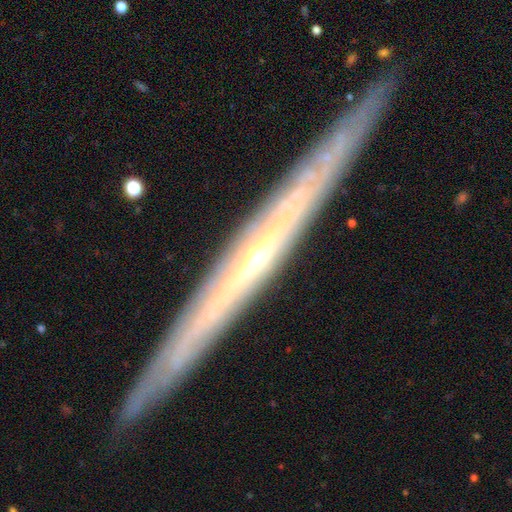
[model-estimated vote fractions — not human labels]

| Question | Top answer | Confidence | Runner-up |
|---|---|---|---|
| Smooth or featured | featured or disk | 82% | smooth (12%) |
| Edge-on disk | yes | 94% | no (6%) |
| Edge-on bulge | none | 53% | rounded (43%) |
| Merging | none | 91% | minor disturbance (7%) |